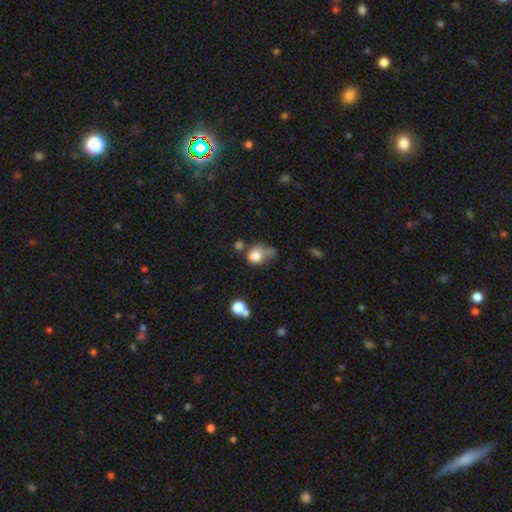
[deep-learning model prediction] Q: Smooth or featured?
A: smooth (77%); runner-up: featured or disk (12%)
Q: How rounded?
A: round (61%); runner-up: in between (38%)
Q: Merging?
A: none (29%); runner-up: minor disturbance (28%)